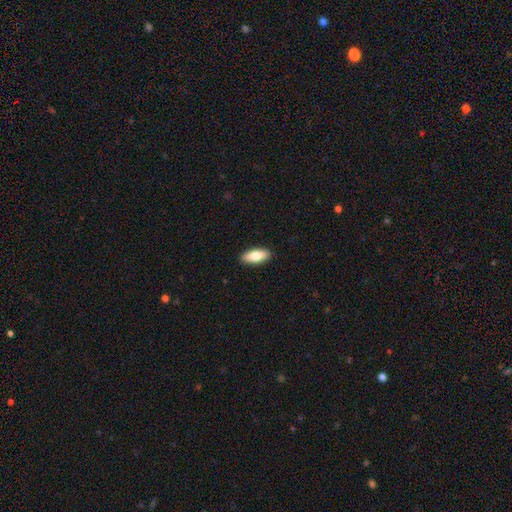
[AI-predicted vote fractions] Smooth or featured? Predicted: smooth (p=0.78). How rounded? Predicted: in between (p=0.79). Merging? Predicted: none (p=0.90).